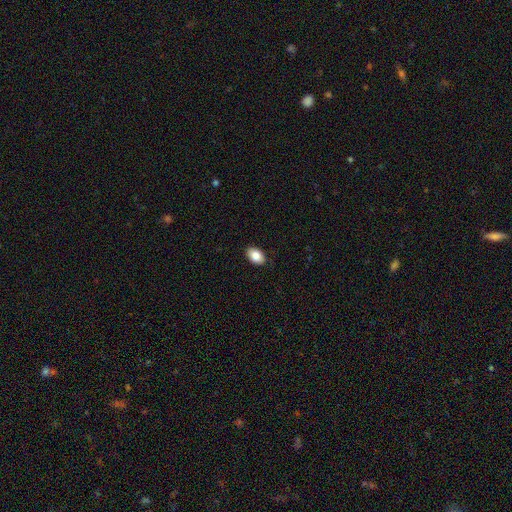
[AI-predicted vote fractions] Overall: smooth (84%). How rounded: in between (90%). Merging: none (88%).